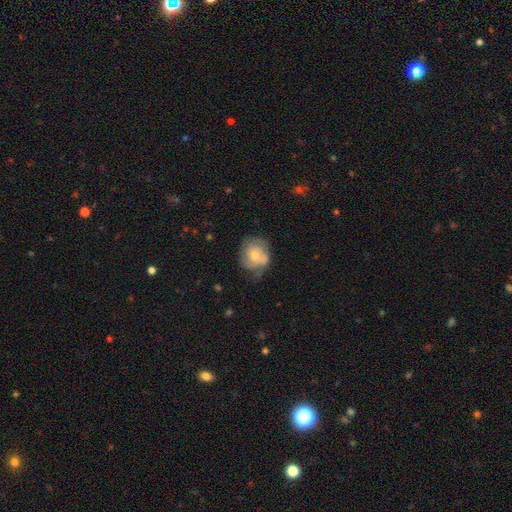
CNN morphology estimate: This is possibly a featured or disk galaxy (48%). Merging: possibly none (52%).